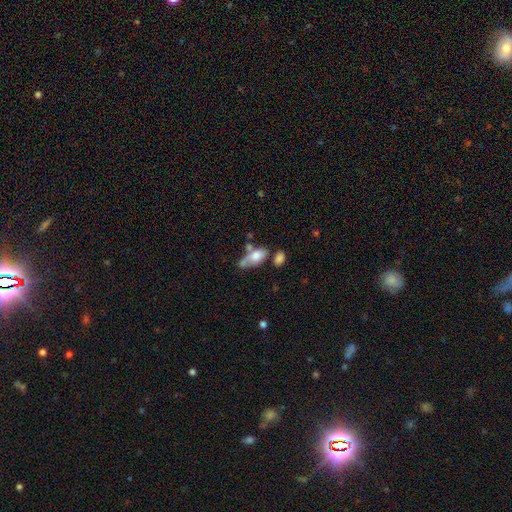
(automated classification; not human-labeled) This appears to be a smooth galaxy with no disk features (69%) that is in between round and cigar-shaped (80%). Merging: merger (31%).